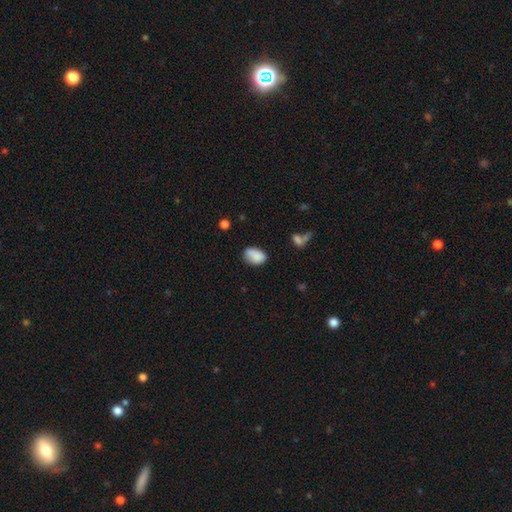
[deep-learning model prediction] smooth 85%, star or artifact 8%, featured or disk 7%. Down the decision tree: how rounded — in between (85%); merging — none (62%).